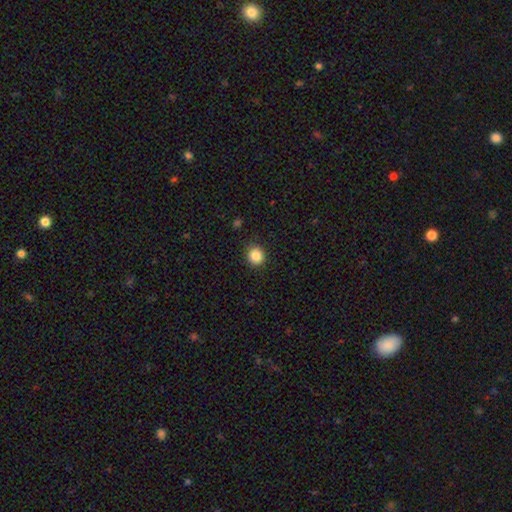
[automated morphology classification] This appears to be a smooth galaxy with no disk features (86%) that is round (87%). Merging: none (90%).